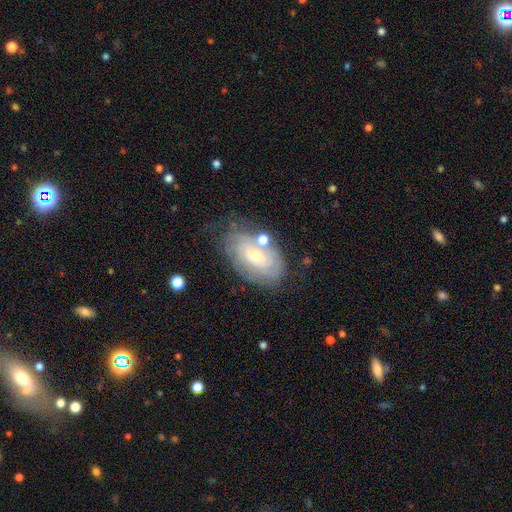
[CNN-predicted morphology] smooth_or_featured: featured or disk (p=0.72) [alt: smooth p=0.21]
disk_edge_on: no (p=0.95) [alt: yes p=0.05]
bar: no (p=0.65) [alt: weak p=0.29]
has_spiral_arms: yes (p=0.87) [alt: no p=0.13]
spiral_winding: tight (p=0.72) [alt: medium p=0.22]
spiral_arm_count: can't tell (p=0.54) [alt: 2 p=0.18]
bulge_size: small (p=0.65) [alt: moderate p=0.29]
merging: none (p=0.63) [alt: minor disturbance p=0.21]